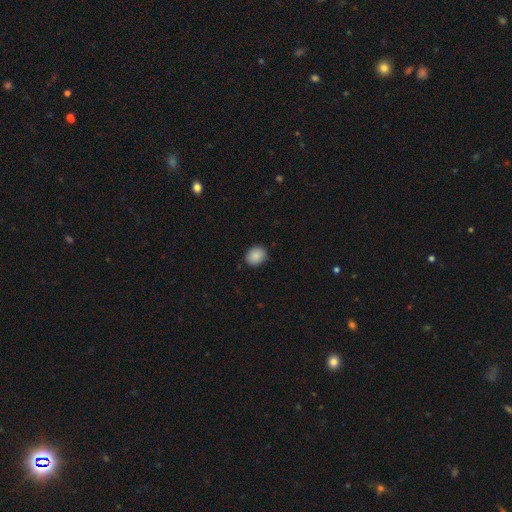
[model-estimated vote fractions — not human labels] This appears to be a smooth galaxy with no disk features (88%) that is round (61%). Merging: none (87%).